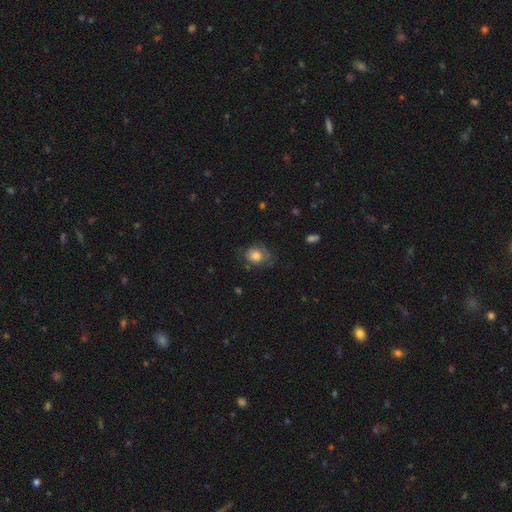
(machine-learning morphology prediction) Smooth or featured? smooth (76%)
How rounded? round (59%)
Merging? none (55%)